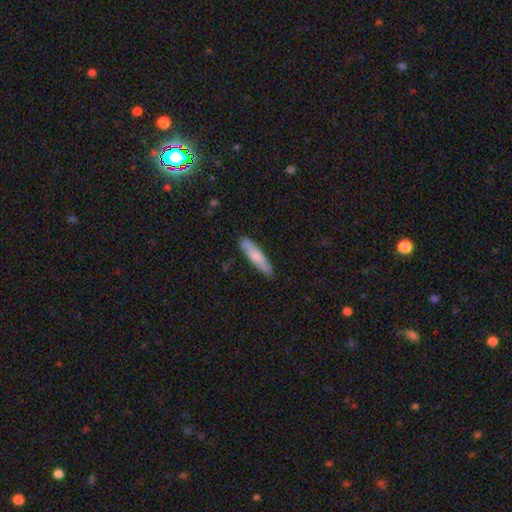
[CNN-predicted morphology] Smooth or featured? smooth (75%)
How rounded? cigar-shaped (81%)
Merging? none (85%)